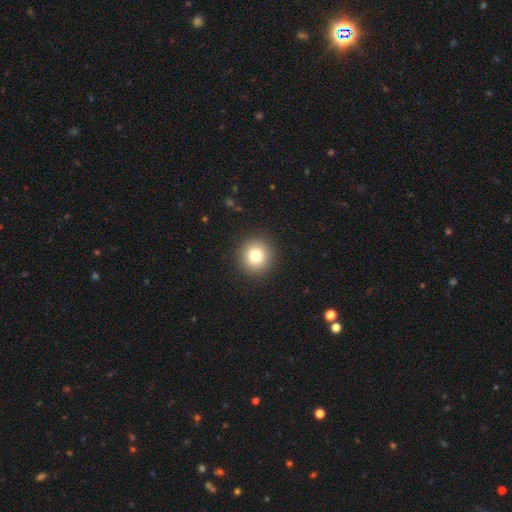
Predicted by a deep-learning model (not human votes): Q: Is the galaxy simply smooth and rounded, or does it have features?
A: smooth — 79%.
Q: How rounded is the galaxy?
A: round — 94%.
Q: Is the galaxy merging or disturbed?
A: none — 92%.